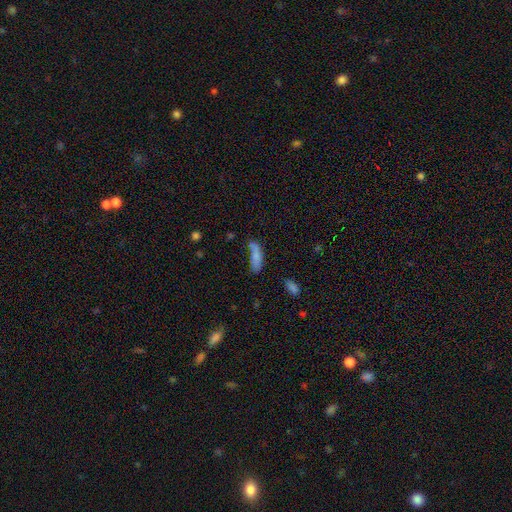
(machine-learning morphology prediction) A smooth galaxy with no disk features (80%) that is in between round and cigar-shaped (57%). Merging: none (45%).